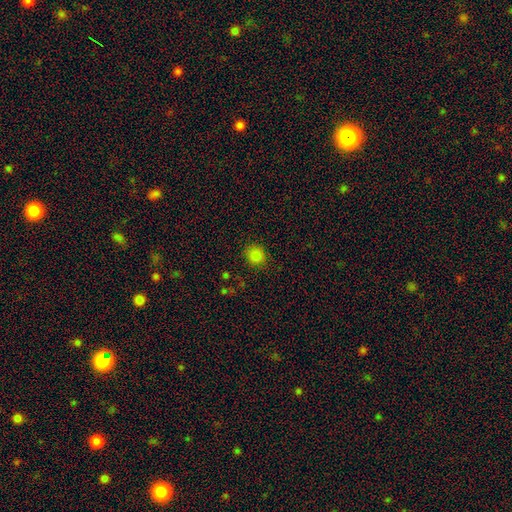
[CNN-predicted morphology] Q: Smooth or featured?
A: smooth (83%); runner-up: star or artifact (12%)
Q: How rounded?
A: round (82%); runner-up: in between (17%)
Q: Merging?
A: none (87%); runner-up: minor disturbance (9%)